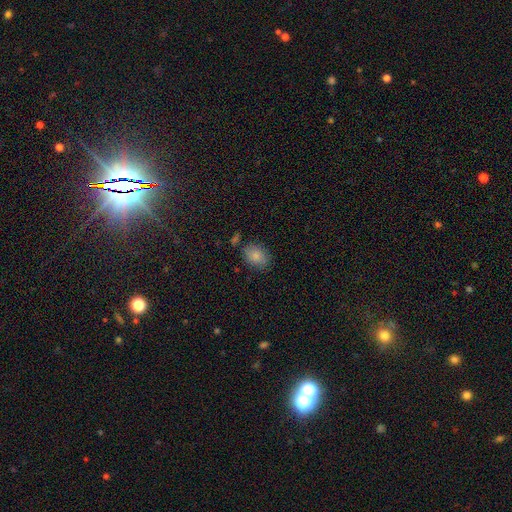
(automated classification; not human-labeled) Q: Smooth or featured?
A: smooth (84%); runner-up: star or artifact (8%)
Q: How rounded?
A: in between (68%); runner-up: round (31%)
Q: Merging?
A: none (77%); runner-up: minor disturbance (15%)